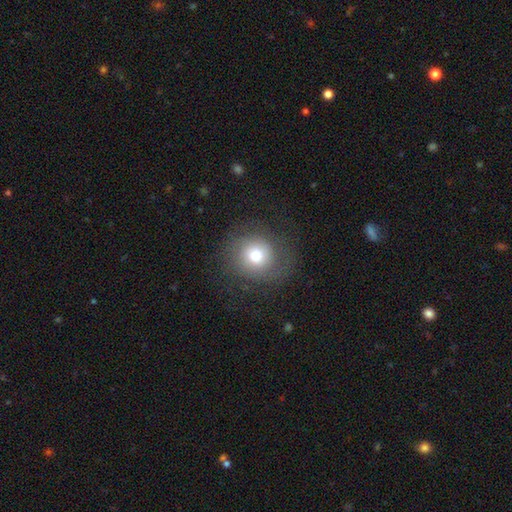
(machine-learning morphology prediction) smooth 67%, featured or disk 21%, star or artifact 12%. Down the decision tree: how rounded — round (86%); merging — none (74%).